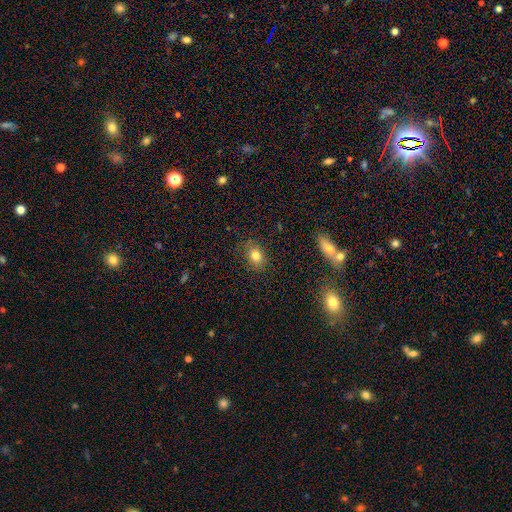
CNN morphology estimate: smooth-or-featured: smooth: 81% | star or artifact: 12% | featured or disk: 8%
  how-rounded: in between: 54% | round: 45% | cigar-shaped: 1%
  merging: none: 81% | minor disturbance: 14% | major disturbance: 4% | merger: 1%